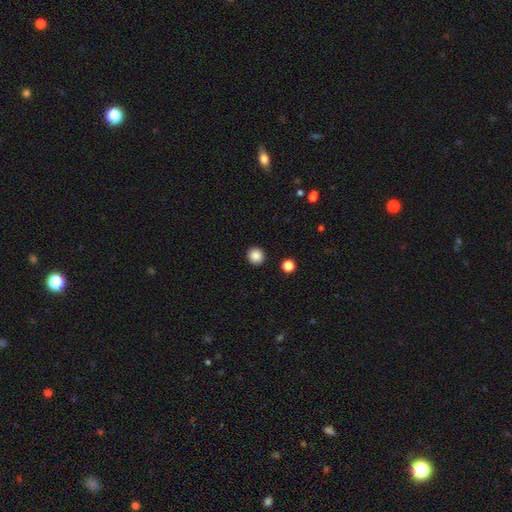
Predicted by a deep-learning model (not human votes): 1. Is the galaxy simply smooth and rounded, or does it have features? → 88% smooth, 10% star or artifact, 3% featured or disk.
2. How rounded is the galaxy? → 95% round, 4% in between, 1% cigar-shaped.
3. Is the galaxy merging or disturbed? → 93% none, 4% minor disturbance, 2% major disturbance, 1% merger.